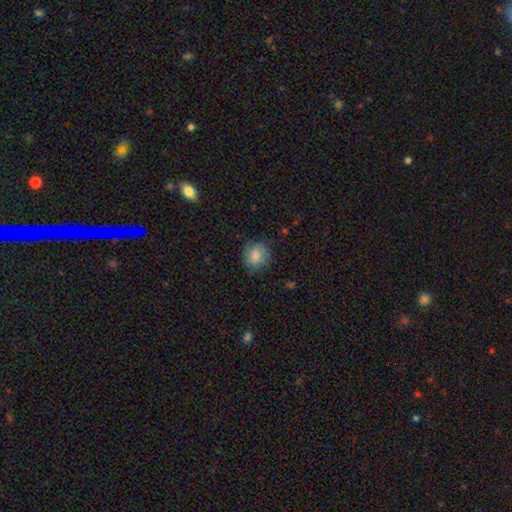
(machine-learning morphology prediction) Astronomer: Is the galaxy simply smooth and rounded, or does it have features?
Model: smooth — 82%.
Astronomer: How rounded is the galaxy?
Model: round — 79%.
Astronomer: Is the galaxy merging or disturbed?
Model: none — 76%.